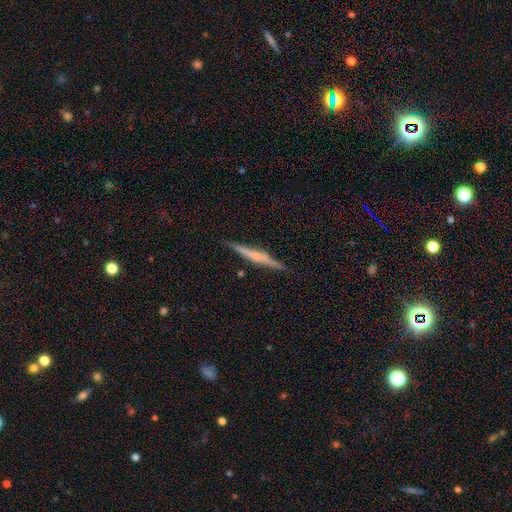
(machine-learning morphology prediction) Overall: featured or disk (66%; smooth 28%). Edge-on disk: yes (98%). Edge-on bulge: rounded (53%; none 31%). Merging: none (89%).